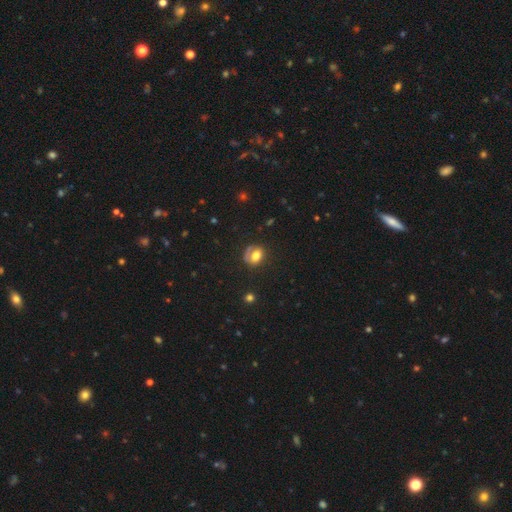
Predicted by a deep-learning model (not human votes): This is likely a smooth galaxy (66%). How rounded: possibly round (55%). Merging: possibly none (57%).